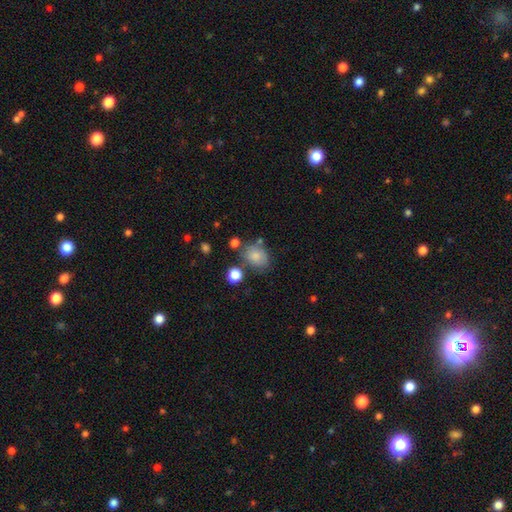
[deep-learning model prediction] Q: Smooth or featured?
A: smooth (80%); runner-up: featured or disk (10%)
Q: How rounded?
A: in between (55%); runner-up: round (44%)
Q: Merging?
A: none (61%); runner-up: minor disturbance (21%)